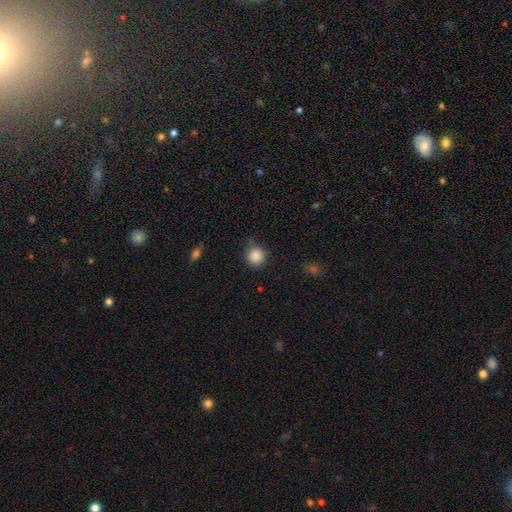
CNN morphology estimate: This is clearly a smooth galaxy (87%). How rounded: clearly round (92%). Merging: likely none (77%).